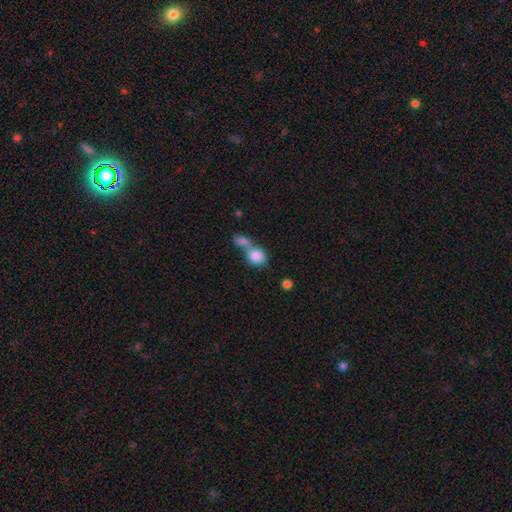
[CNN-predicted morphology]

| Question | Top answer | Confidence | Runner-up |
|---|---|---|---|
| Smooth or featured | smooth | 84% | featured or disk (9%) |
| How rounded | round | 56% | in between (42%) |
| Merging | merger | 65% | none (24%) |